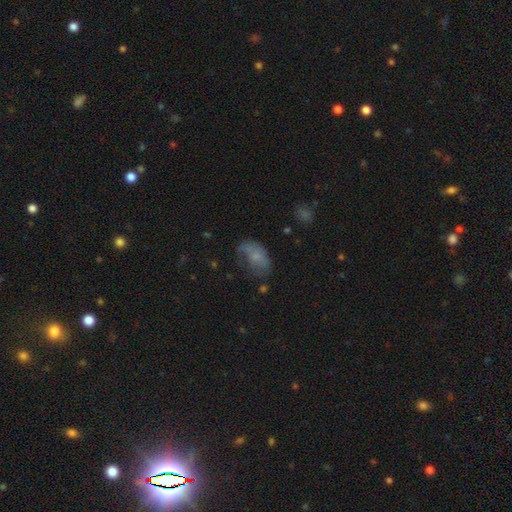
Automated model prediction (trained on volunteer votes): smooth-or-featured: smooth: 62% | featured or disk: 26% | star or artifact: 12%
  how-rounded: in between: 89% | round: 8% | cigar-shaped: 3%
  merging: none: 37% | minor disturbance: 30% | major disturbance: 30% | merger: 3%